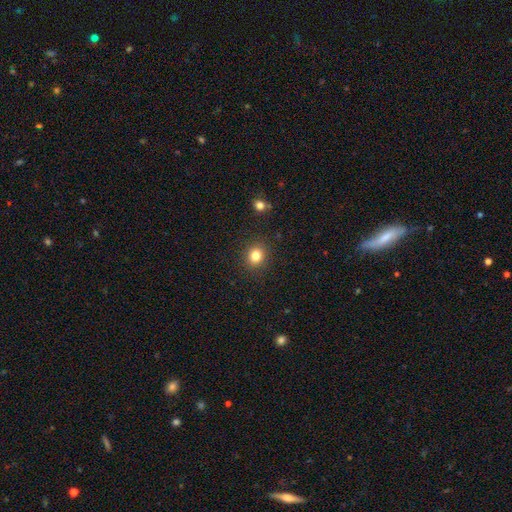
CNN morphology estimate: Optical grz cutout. It shows a smooth galaxy with no disk features (82%) that is round (70%). Merging: none (90%).